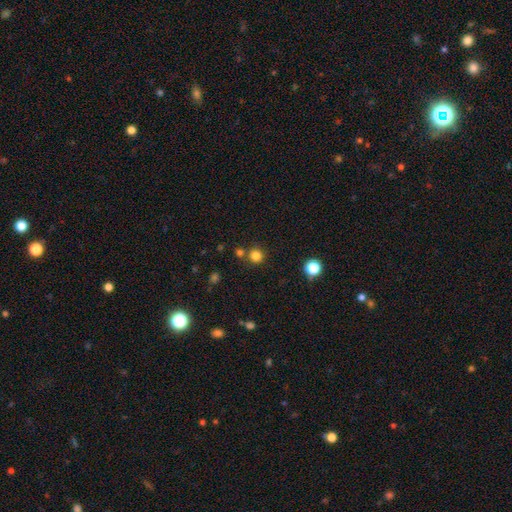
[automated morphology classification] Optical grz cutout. It shows a smooth galaxy with no disk features (80%) that is round (94%). Merging: none (78%).